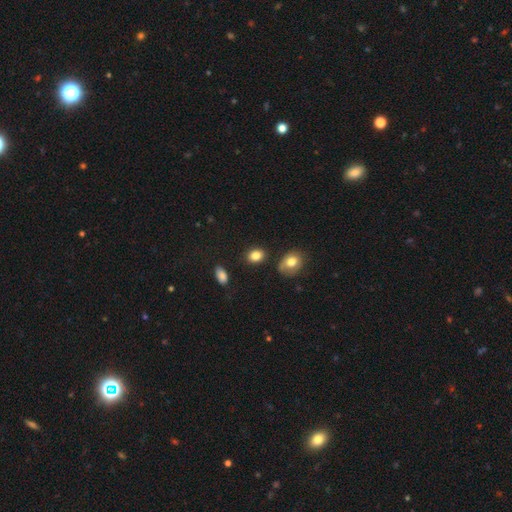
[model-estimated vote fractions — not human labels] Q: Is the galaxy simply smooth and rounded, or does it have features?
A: smooth — 84%.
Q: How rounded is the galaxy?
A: in between — 52%.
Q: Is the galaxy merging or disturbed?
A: none — 82%.